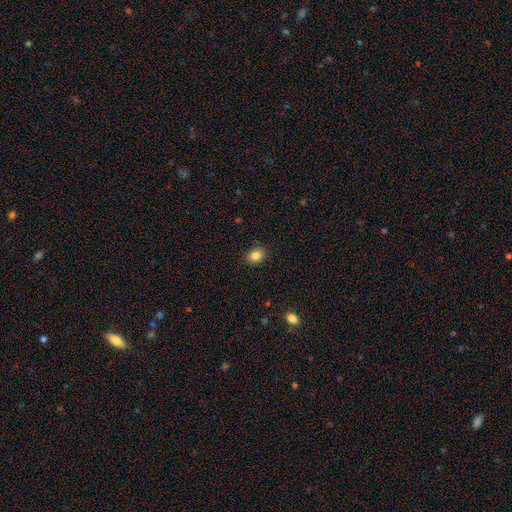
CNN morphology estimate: A smooth galaxy with no disk features (84%) that is round (50%).

Vote fractions:
- Smooth or featured? smooth: 84% / star or artifact: 11% / featured or disk: 6%
- How rounded? round: 50% / in between: 49% / cigar-shaped: 1%
- Merging? none: 89% / minor disturbance: 8% / major disturbance: 2% / merger: 1%